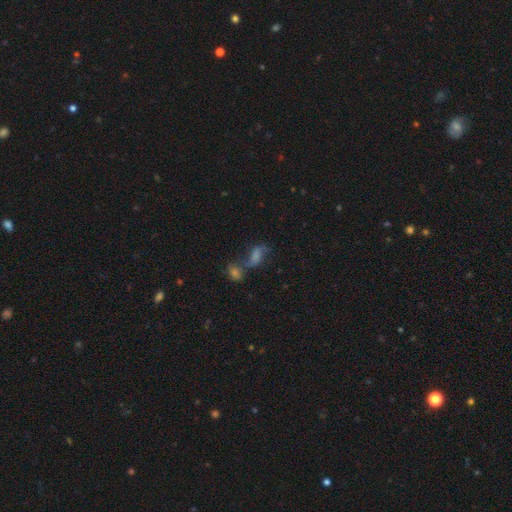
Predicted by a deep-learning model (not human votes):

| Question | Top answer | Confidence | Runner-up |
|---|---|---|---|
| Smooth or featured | featured or disk | 37% | tied: smooth (37%) |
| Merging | merger | 49% | none (32%) |